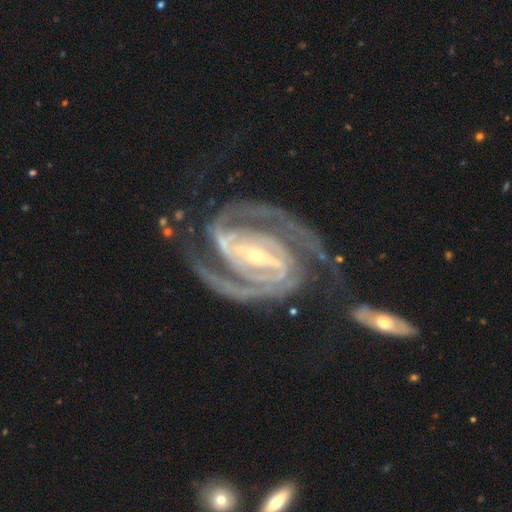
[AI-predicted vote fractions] featured or disk 94%, star or artifact 4%, smooth 3%. Down the decision tree: edge-on disk — no (97%); bar — strong (69%); spiral arms — yes (98%); spiral arm count — 2 (77%); spiral winding — tight (58%); bulge size — small (74%); merging — none (64%).